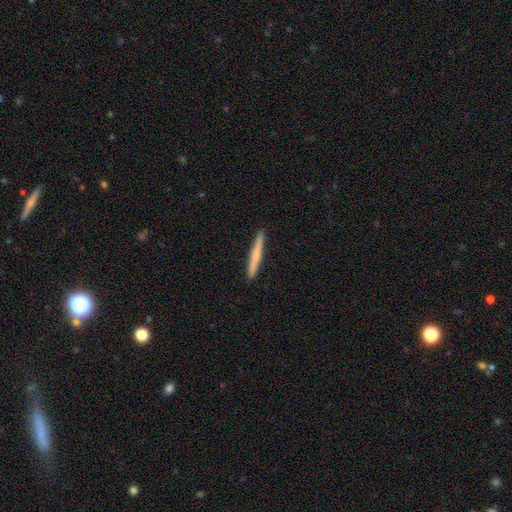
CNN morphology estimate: A smooth galaxy with no disk features (53%) that is cigar-shaped (96%). Merging: none (92%).